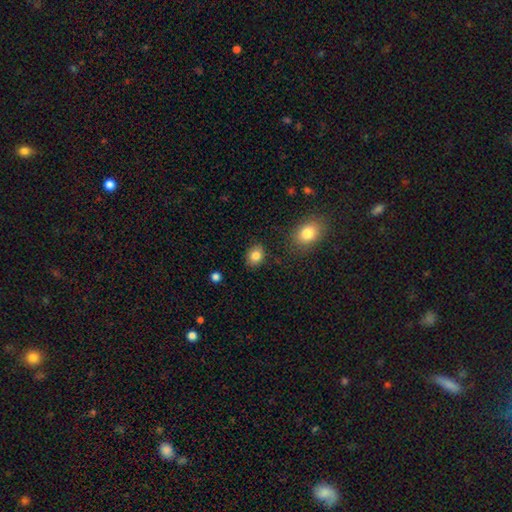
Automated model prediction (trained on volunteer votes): Smooth or featured? smooth (84%)
How rounded? in between (50%)
Merging? none (84%)